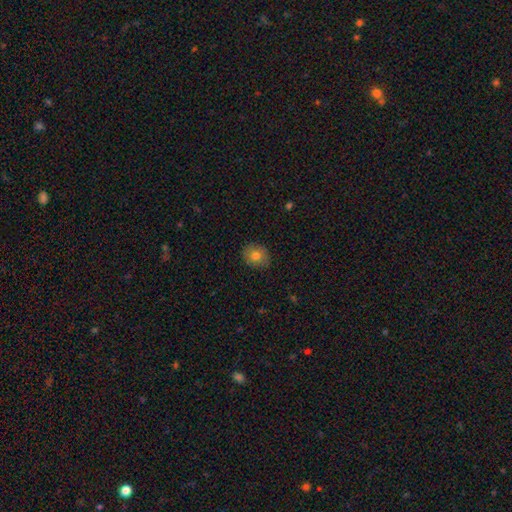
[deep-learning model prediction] A smooth galaxy with no disk features (78%) that is round (71%). Merging: none (85%).